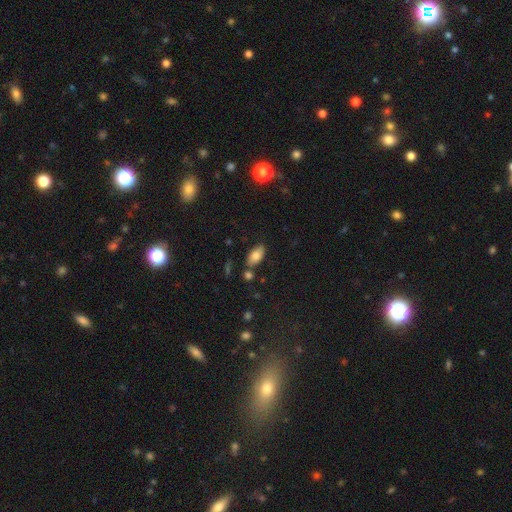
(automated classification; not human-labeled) Smooth or featured: smooth — 79% (featured or disk — 13%)
How rounded: in between — 92% (cigar-shaped — 4%)
Merging: none — 77% (minor disturbance — 13%)